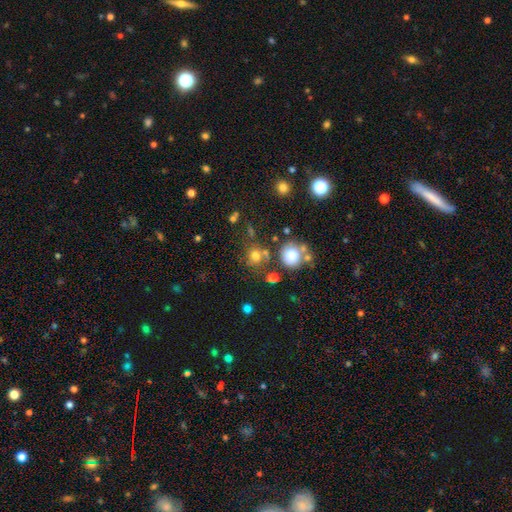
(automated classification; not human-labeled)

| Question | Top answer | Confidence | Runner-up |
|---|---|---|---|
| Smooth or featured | smooth | 48% | star or artifact (43%) |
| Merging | none | 69% | merger (16%) |